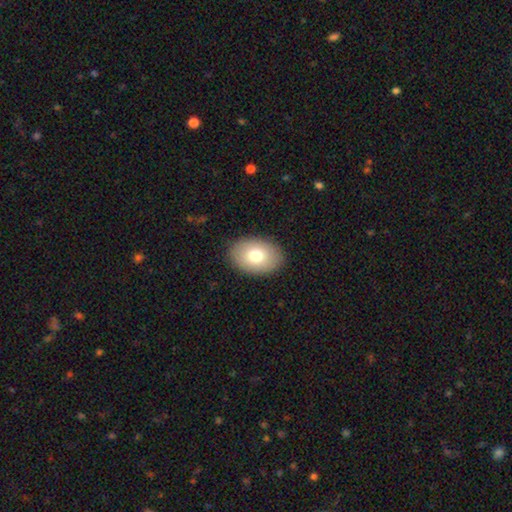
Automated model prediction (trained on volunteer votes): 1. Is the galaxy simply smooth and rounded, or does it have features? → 77% smooth, 15% featured or disk, 8% star or artifact.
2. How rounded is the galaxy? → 83% in between, 16% round, 1% cigar-shaped.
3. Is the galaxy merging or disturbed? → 90% none, 7% minor disturbance, 2% major disturbance, 1% merger.